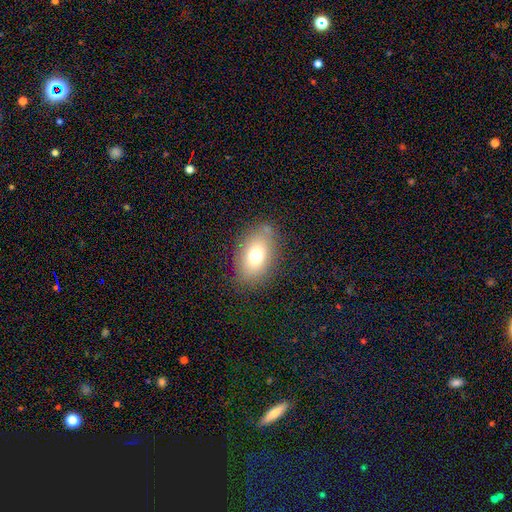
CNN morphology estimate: A smooth galaxy with no disk features (72%) that is in between round and cigar-shaped (84%).

Vote fractions:
- Smooth or featured? smooth: 72% / featured or disk: 17% / star or artifact: 11%
- How rounded? in between: 84% / round: 14% / cigar-shaped: 2%
- Merging? none: 79% / minor disturbance: 14% / major disturbance: 4% / merger: 2%